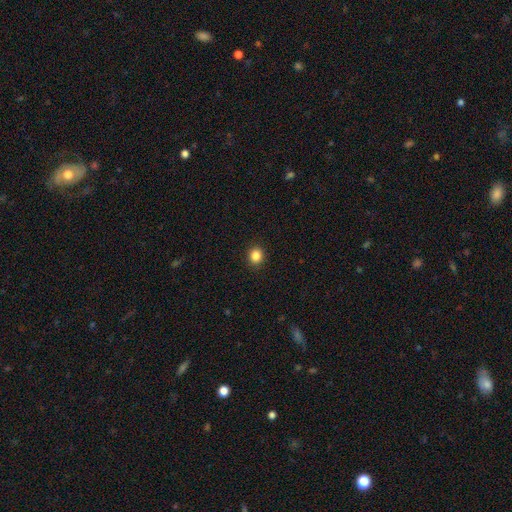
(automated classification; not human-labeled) Morphology: type=smooth (85%); roundness=round (77%); merging=none (91%).